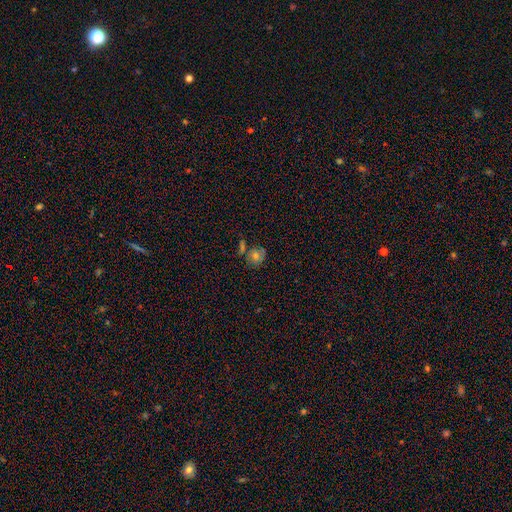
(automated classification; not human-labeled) The model was most divided on "smooth or featured": smooth: 58%, featured or disk: 26%, star or artifact: 16%. More confident: how rounded — round (76%); merging — none (59%).